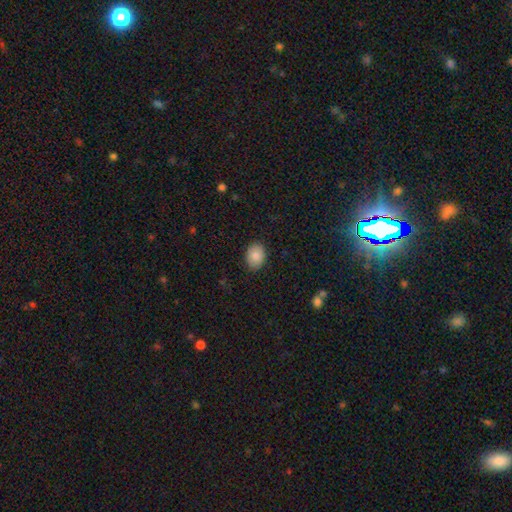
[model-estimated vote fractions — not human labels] Overall: smooth (86%). How rounded: in between (68%; round 31%). Merging: none (88%).